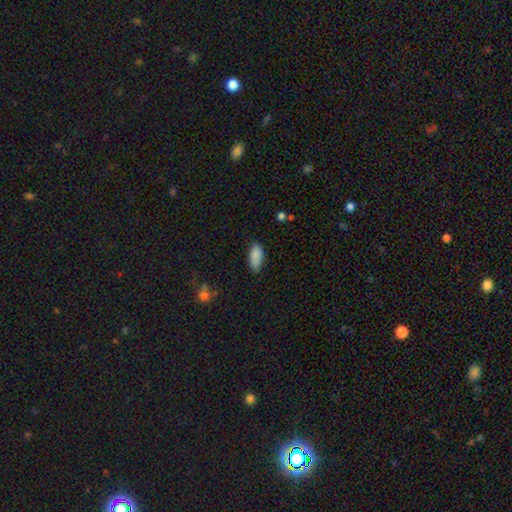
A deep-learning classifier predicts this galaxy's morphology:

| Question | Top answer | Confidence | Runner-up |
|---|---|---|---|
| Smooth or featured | smooth | 87% | star or artifact (7%) |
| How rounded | in between | 88% | cigar-shaped (10%) |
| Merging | none | 74% | minor disturbance (21%) |